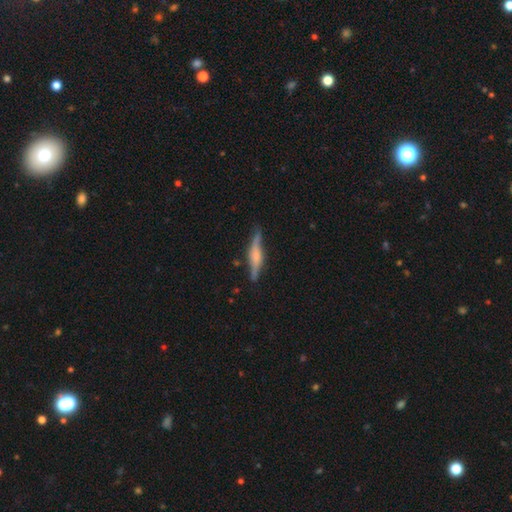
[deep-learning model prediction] Smooth or featured? featured or disk (61%)
Edge-on disk? yes (93%)
Edge-on bulge? rounded (60%)
Merging? none (79%)